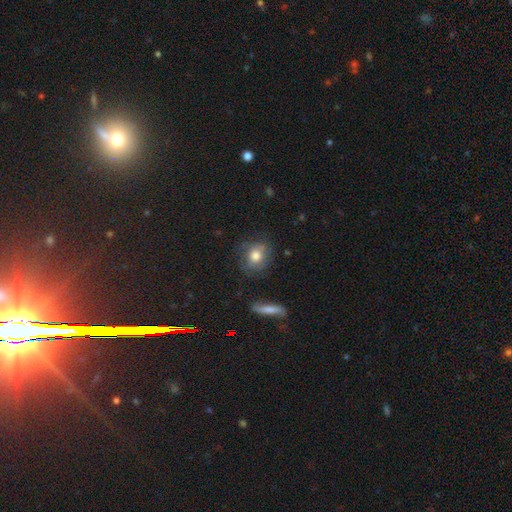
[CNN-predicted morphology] The model was most divided on "smooth or featured": smooth: 70%, featured or disk: 21%, star or artifact: 9%. More confident: how rounded — round (77%); merging — none (72%).